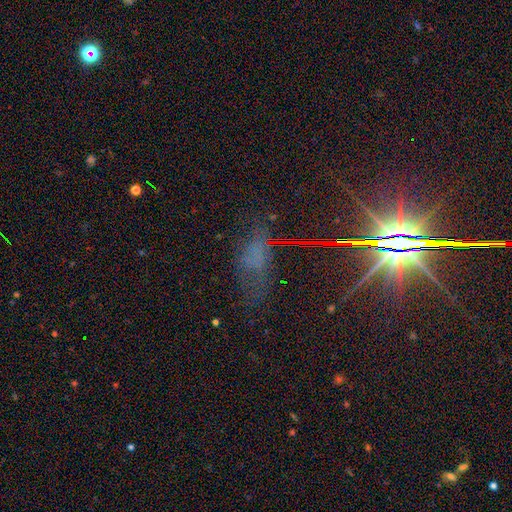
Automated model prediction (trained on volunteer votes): Smooth or featured?
  - star or artifact: 58% *
  - featured or disk: 24%
  - smooth: 18%